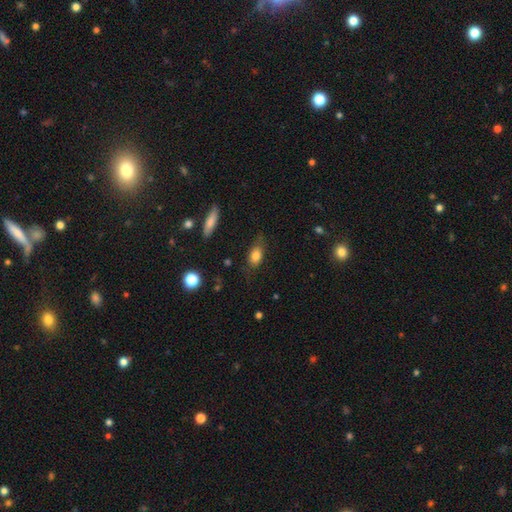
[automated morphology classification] smooth-or-featured: smooth: 79% | featured or disk: 13% | star or artifact: 8%
  how-rounded: in between: 81% | round: 11% | cigar-shaped: 8%
  merging: none: 68% | minor disturbance: 22% | major disturbance: 7% | merger: 2%